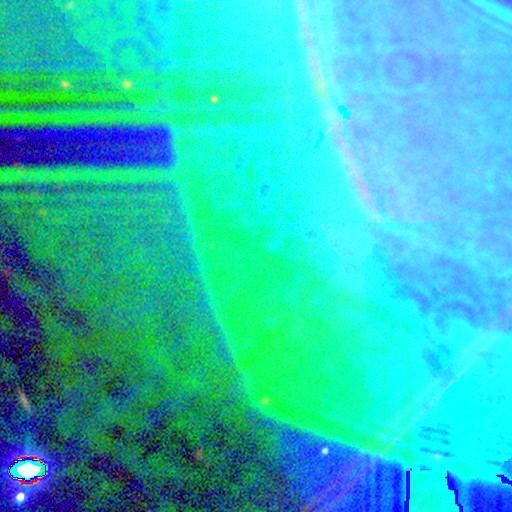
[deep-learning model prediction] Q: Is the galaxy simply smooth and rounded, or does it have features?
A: star or artifact — 86%.